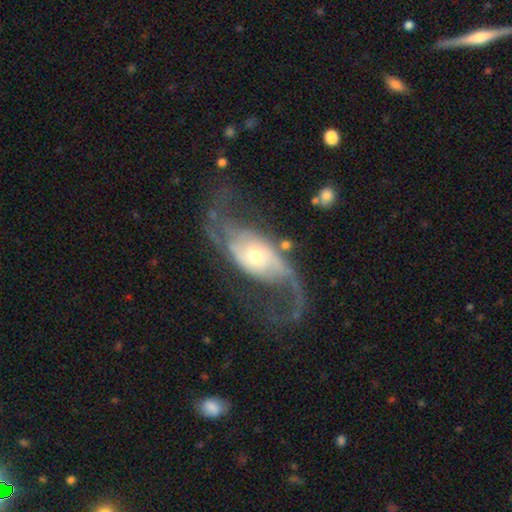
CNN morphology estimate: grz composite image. It shows a featured or disk galaxy (83%) with no bar (64%), 2 (83%) loose (63%) spiral arms (91%) and a moderate central bulge (61%). Merging: none (52%).